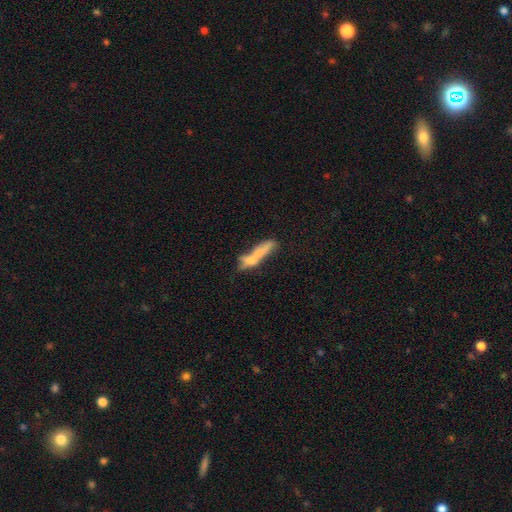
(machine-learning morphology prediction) smooth_or_featured: smooth (p=0.56) [alt: featured or disk p=0.34]
how_rounded: cigar-shaped (p=0.84) [alt: in between p=0.14]
merging: none (p=0.40) [alt: merger p=0.26]